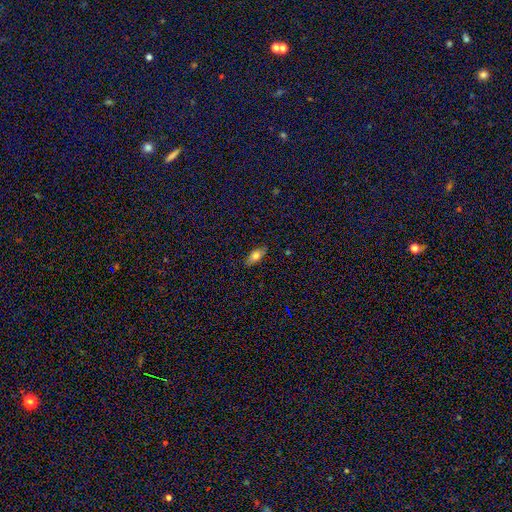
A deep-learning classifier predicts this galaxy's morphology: Smooth or featured?
  - smooth: 73% *
  - featured or disk: 18%
  - star or artifact: 9%
How rounded?
  - in between: 84% *
  - cigar-shaped: 12%
  - round: 3%
Merging?
  - none: 84% *
  - minor disturbance: 13%
  - major disturbance: 2%
  - merger: 1%